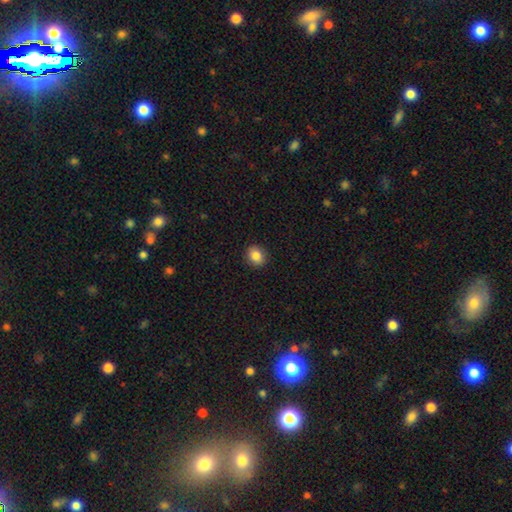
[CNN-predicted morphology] This appears to be a smooth galaxy with no disk features (85%) that is round (72%). Merging: none (91%).